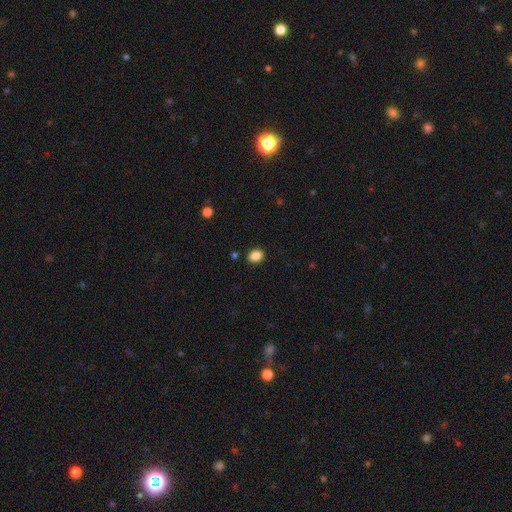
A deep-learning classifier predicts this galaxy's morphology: Smooth or featured: smooth — 87% (star or artifact — 10%)
How rounded: in between — 61% (round — 38%)
Merging: none — 89% (minor disturbance — 7%)